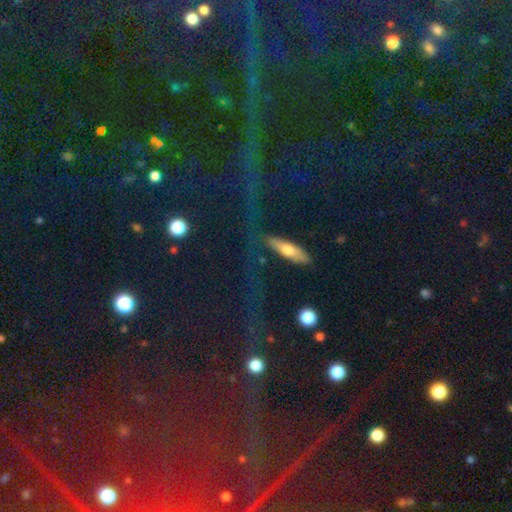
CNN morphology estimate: smooth-or-featured: star or artifact: 69% | featured or disk: 16% | smooth: 16%